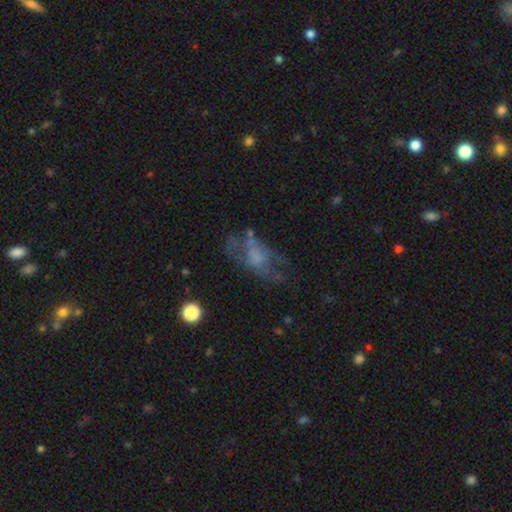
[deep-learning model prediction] Q: Smooth or featured?
A: featured or disk (52%); runner-up: smooth (34%)
Q: Edge-on disk?
A: no (92%); runner-up: yes (8%)
Q: Merging?
A: none (45%); runner-up: major disturbance (29%)